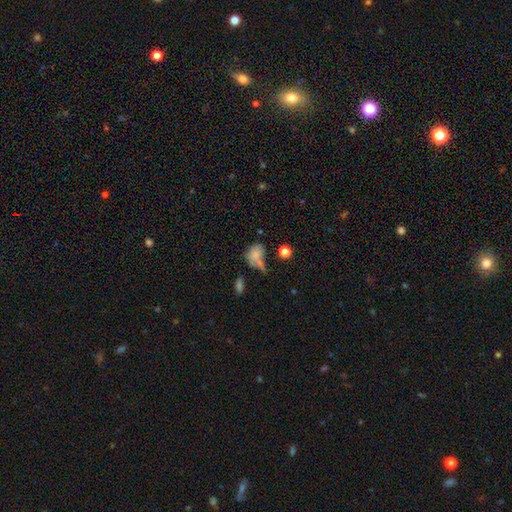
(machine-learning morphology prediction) Smooth or featured? smooth (72%)
How rounded? in between (67%)
Merging? none (32%)